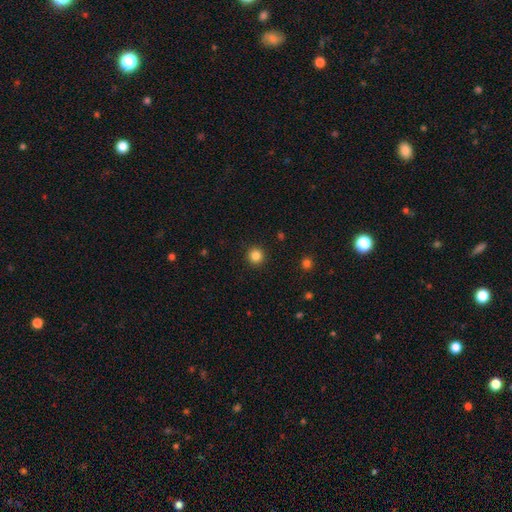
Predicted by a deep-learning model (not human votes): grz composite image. It shows a smooth galaxy with no disk features (84%) that is round (95%). Merging: none (92%).